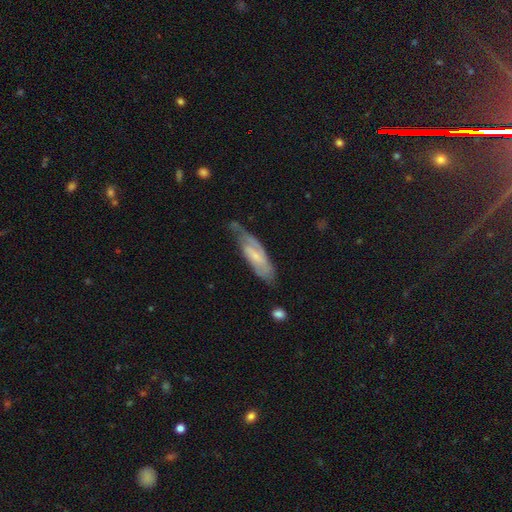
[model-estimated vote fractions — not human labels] Smooth or featured?
  - featured or disk: 67% *
  - smooth: 27%
  - star or artifact: 6%
Edge-on disk?
  - no: 84% *
  - yes: 16%
Bar?
  - weak: 45% *
  - no: 41%
  - strong: 14%
Spiral arms?
  - yes: 88% *
  - no: 12%
Bulge size?
  - small: 59% *
  - moderate: 26%
  - none: 12%
  - large: 2%
  - dominant: 1%
Merging?
  - none: 53% *
  - minor disturbance: 29%
  - major disturbance: 14%
  - merger: 3%